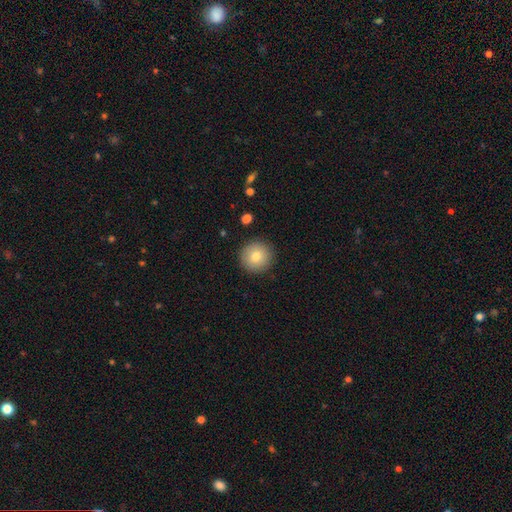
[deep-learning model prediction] Morphology: type=smooth (80%); roundness=round (95%); merging=none (91%).